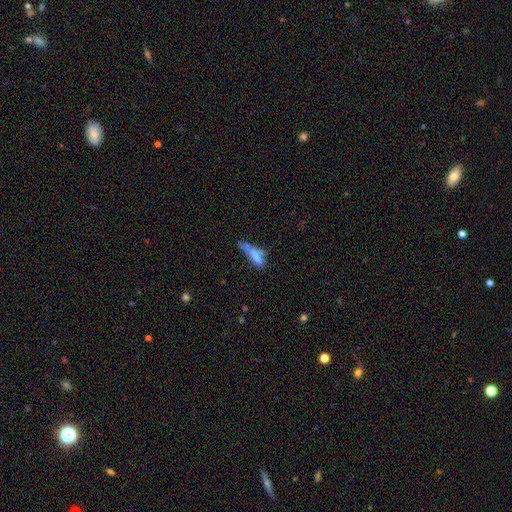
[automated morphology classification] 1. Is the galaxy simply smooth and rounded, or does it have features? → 63% smooth, 26% featured or disk, 11% star or artifact.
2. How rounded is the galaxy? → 60% cigar-shaped, 37% in between, 2% round.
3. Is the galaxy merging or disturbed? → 31% none, 30% minor disturbance, 23% major disturbance, 16% merger.